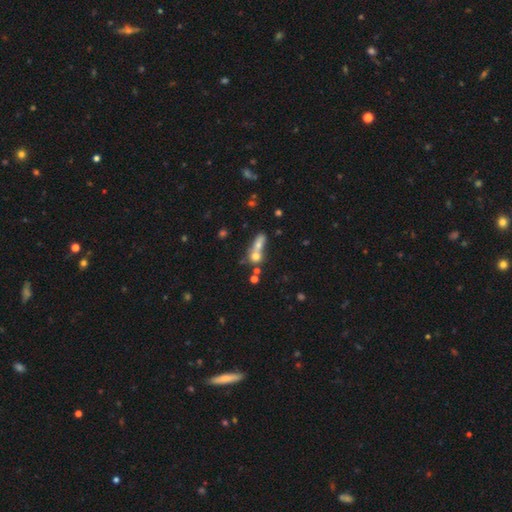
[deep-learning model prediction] Smooth or featured? Predicted: smooth (p=0.62). How rounded? Predicted: round (p=0.56). Merging? Predicted: merger (p=0.63).